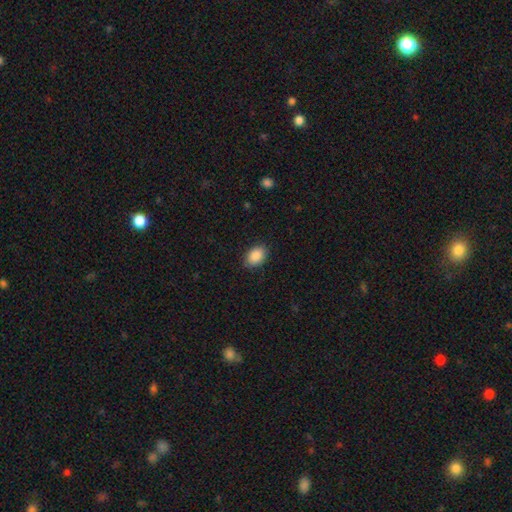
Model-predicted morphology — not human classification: The model was most divided on "how rounded": in between: 81%, round: 17%, cigar-shaped: 1%. More confident: smooth or featured — smooth (90%); merging — none (87%).